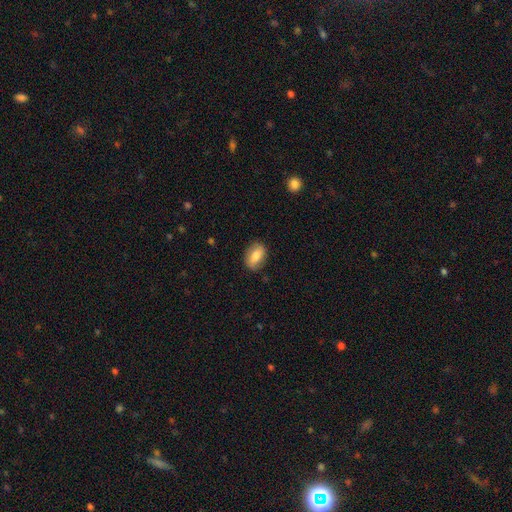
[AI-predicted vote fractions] smooth-or-featured: smooth: 76% | featured or disk: 17% | star or artifact: 7%
  how-rounded: in between: 84% | round: 14% | cigar-shaped: 2%
  merging: none: 82% | minor disturbance: 14% | major disturbance: 3% | merger: 1%